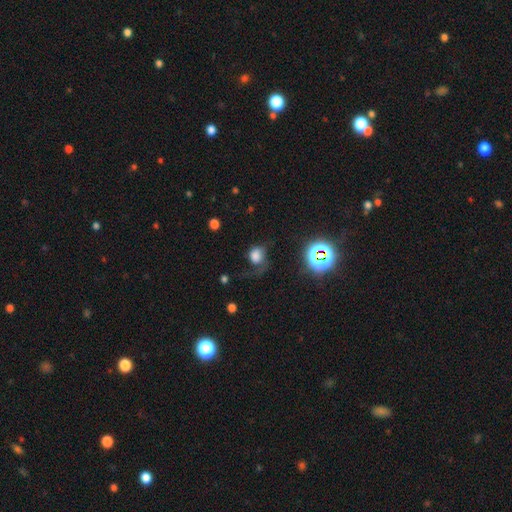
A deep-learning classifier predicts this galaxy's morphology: smooth-or-featured: smooth: 61% | featured or disk: 23% | star or artifact: 16%
  how-rounded: round: 60% | in between: 39% | cigar-shaped: 1%
  merging: major disturbance: 46% | none: 30% | minor disturbance: 21% | merger: 3%